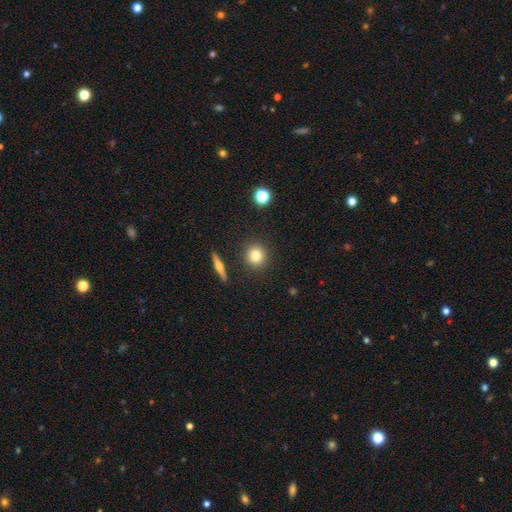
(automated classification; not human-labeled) smooth-or-featured: smooth: 79% | featured or disk: 10% | star or artifact: 10%
  how-rounded: round: 90% | in between: 9% | cigar-shaped: 2%
  merging: none: 90% | minor disturbance: 6% | merger: 2% | major disturbance: 2%